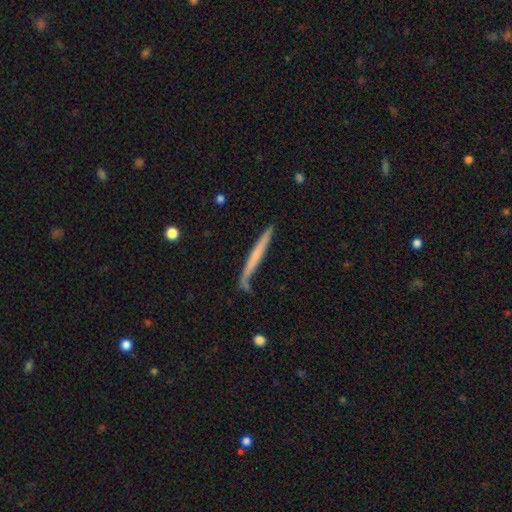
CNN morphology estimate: Smooth or featured?
  - smooth: 48% *
  - featured or disk: 46%
  - star or artifact: 6%
Merging?
  - none: 75% *
  - minor disturbance: 18%
  - major disturbance: 4%
  - merger: 4%